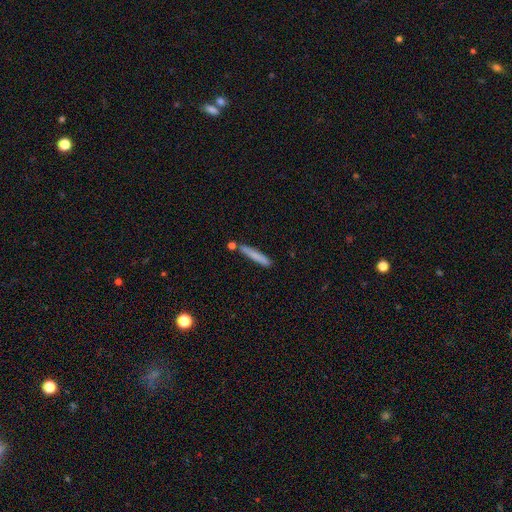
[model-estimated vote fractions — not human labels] smooth-or-featured: smooth: 77% | featured or disk: 16% | star or artifact: 7%
  how-rounded: cigar-shaped: 94% | in between: 5% | round: 1%
  merging: none: 76% | minor disturbance: 12% | merger: 9% | major disturbance: 3%